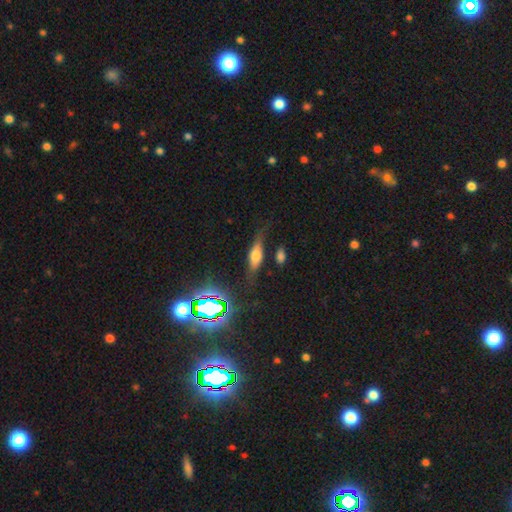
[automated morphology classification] smooth_or_featured: smooth (p=0.49) [alt: featured or disk p=0.37]
merging: none (p=0.70) [alt: minor disturbance p=0.19]